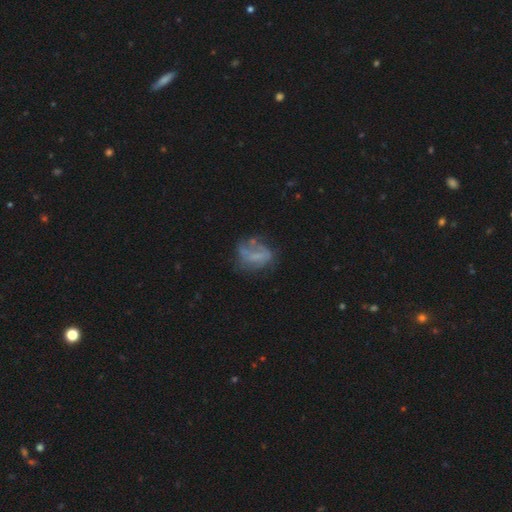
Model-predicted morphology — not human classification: featured or disk 51%, smooth 36%, star or artifact 13%. Down the decision tree: edge-on disk — no (97%); merging — none (42%).